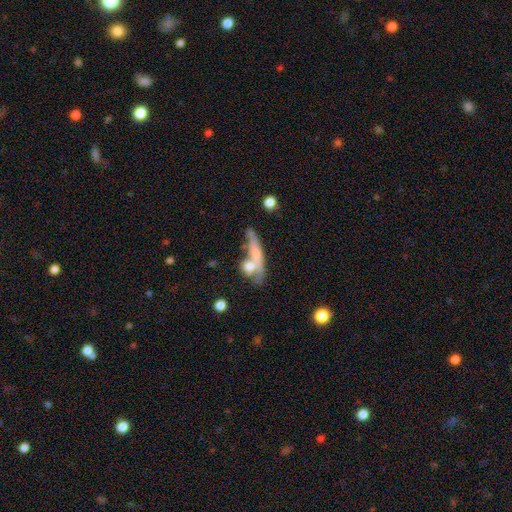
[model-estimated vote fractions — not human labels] A smooth galaxy with no disk features (49%).

Vote fractions:
- Smooth or featured? smooth: 49% / featured or disk: 43% / star or artifact: 8%
- Merging? none: 43% / merger: 31% / minor disturbance: 16% / major disturbance: 10%